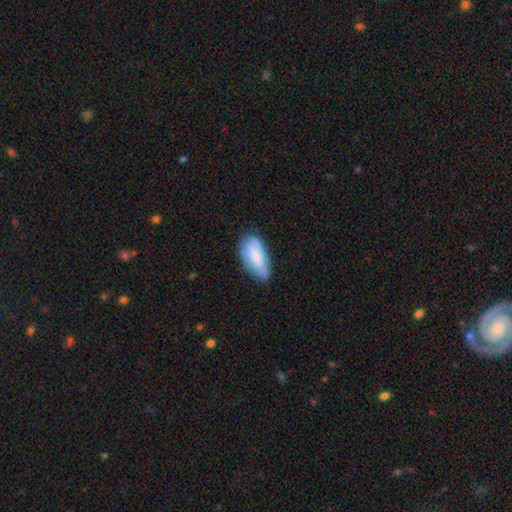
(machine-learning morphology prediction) smooth_or_featured: smooth (p=0.66) [alt: featured or disk p=0.27]
how_rounded: in between (p=0.85) [alt: cigar-shaped p=0.12]
merging: none (p=0.59) [alt: minor disturbance p=0.31]